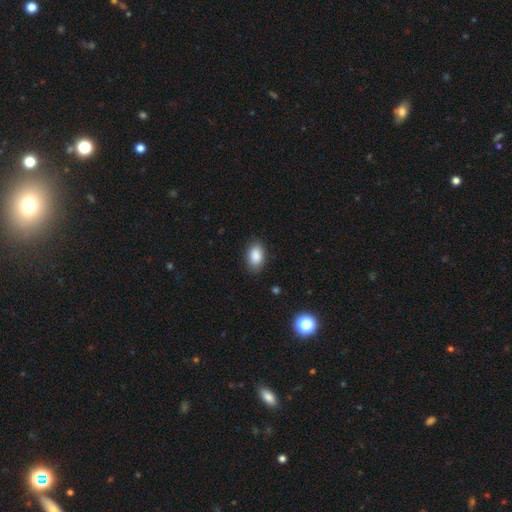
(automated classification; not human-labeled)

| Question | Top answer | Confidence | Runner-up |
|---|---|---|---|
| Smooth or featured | smooth | 88% | star or artifact (7%) |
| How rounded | in between | 90% | round (8%) |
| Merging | none | 85% | minor disturbance (11%) |